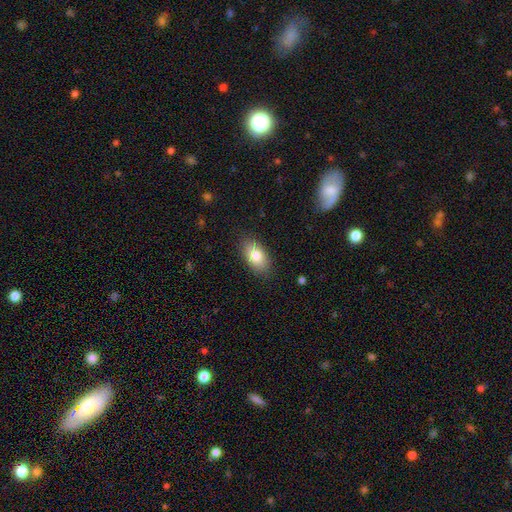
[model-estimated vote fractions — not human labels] Smooth or featured?
  - smooth: 81% *
  - featured or disk: 11%
  - star or artifact: 7%
How rounded?
  - in between: 91% *
  - round: 6%
  - cigar-shaped: 3%
Merging?
  - none: 85% *
  - minor disturbance: 11%
  - major disturbance: 3%
  - merger: 1%